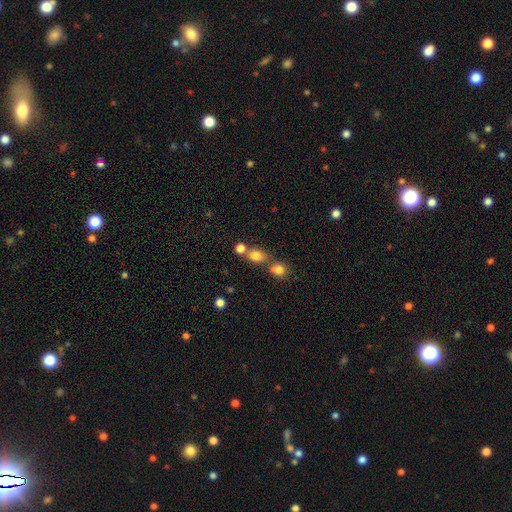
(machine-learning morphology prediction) Smooth or featured: smooth — 78% (star or artifact — 13%)
How rounded: round — 51% (in between — 47%)
Merging: none — 50% (merger — 37%)